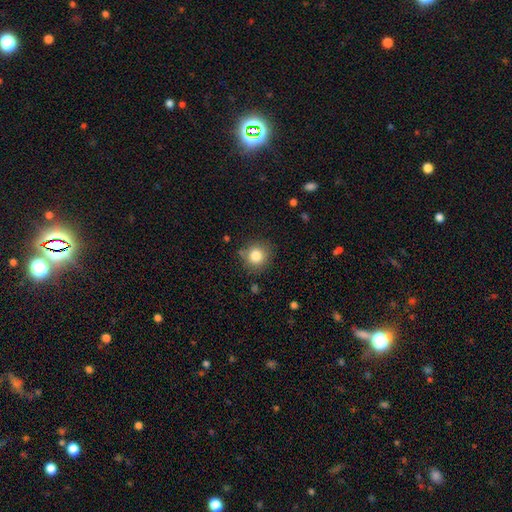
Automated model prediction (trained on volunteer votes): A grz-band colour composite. It shows a smooth galaxy with no disk features (83%) that is round (91%). Merging: none (82%).